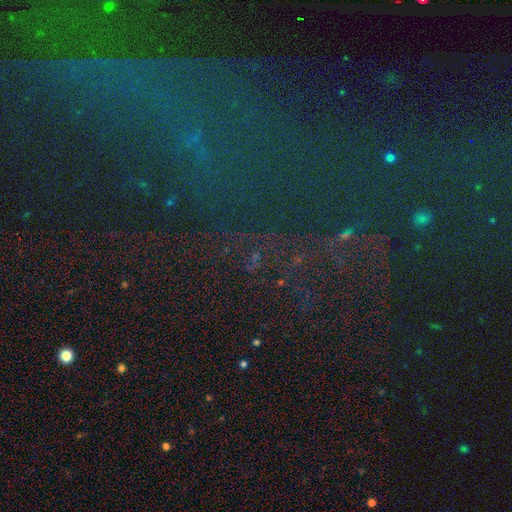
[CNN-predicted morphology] A star or artifact, not a galaxy (80%).